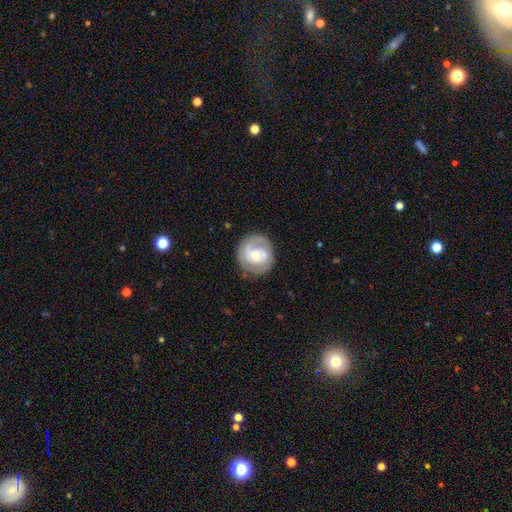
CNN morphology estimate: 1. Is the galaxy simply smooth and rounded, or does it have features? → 66% featured or disk, 29% smooth, 6% star or artifact.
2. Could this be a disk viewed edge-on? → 98% no, 2% yes.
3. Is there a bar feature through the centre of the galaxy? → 56% no, 34% weak, 10% strong.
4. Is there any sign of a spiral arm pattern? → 79% yes, 21% no.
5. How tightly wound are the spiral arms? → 51% tight, 35% medium, 14% loose.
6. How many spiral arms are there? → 57% 2, 23% can't tell, 11% 1, 6% 3, 2% 4, 2% more than 4.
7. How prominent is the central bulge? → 47% small, 44% moderate, 6% large, 2% none, 1% dominant.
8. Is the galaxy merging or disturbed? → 76% none, 15% minor disturbance, 7% major disturbance, 2% merger.